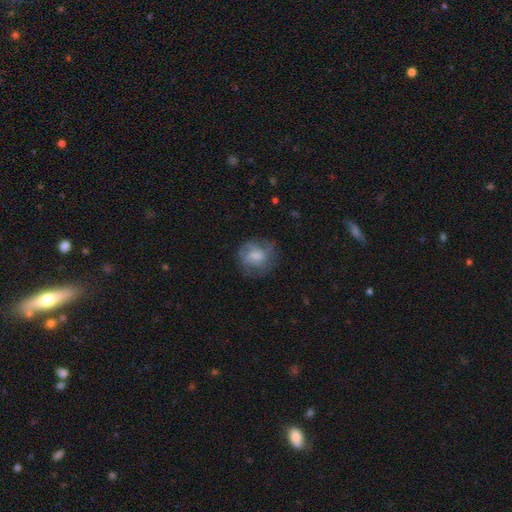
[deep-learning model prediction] This appears to be a smooth galaxy with no disk features (54%) that is round (74%). Merging: none (63%).